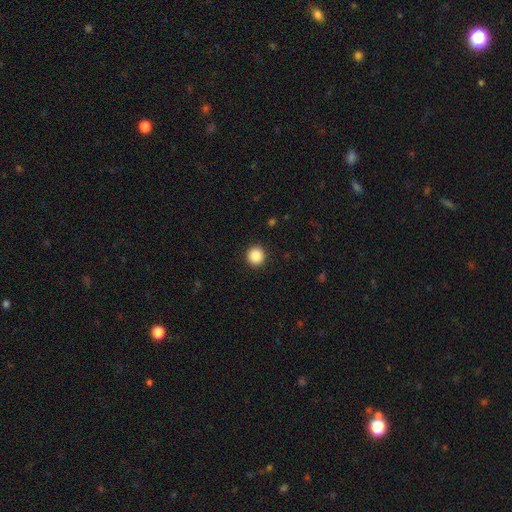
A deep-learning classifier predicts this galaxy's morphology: Overall: smooth (89%). How rounded: round (92%). Merging: none (92%).